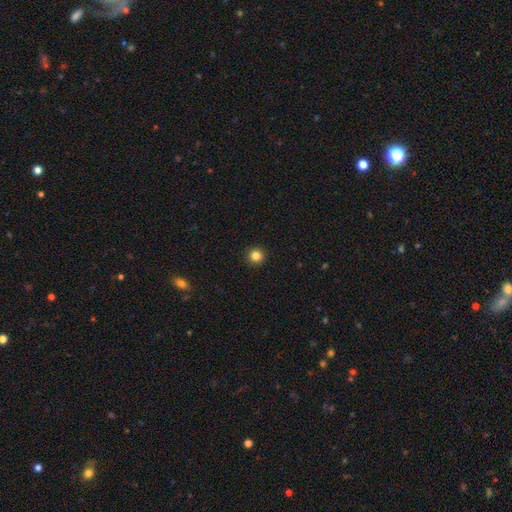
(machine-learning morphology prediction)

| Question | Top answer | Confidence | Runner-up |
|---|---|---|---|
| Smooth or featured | smooth | 84% | star or artifact (12%) |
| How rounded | round | 95% | in between (4%) |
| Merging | none | 93% | minor disturbance (4%) |